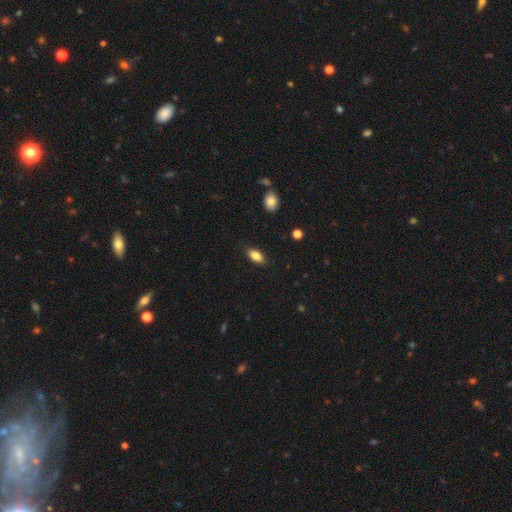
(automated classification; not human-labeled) Smooth or featured: smooth — 84% (star or artifact — 8%)
How rounded: in between — 90% (cigar-shaped — 5%)
Merging: none — 87% (minor disturbance — 10%)